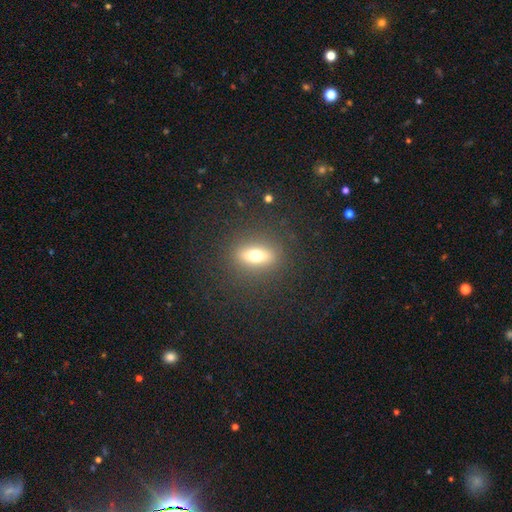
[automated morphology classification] A smooth galaxy with no disk features (56%) that is in between round and cigar-shaped (60%). Merging: none (86%).